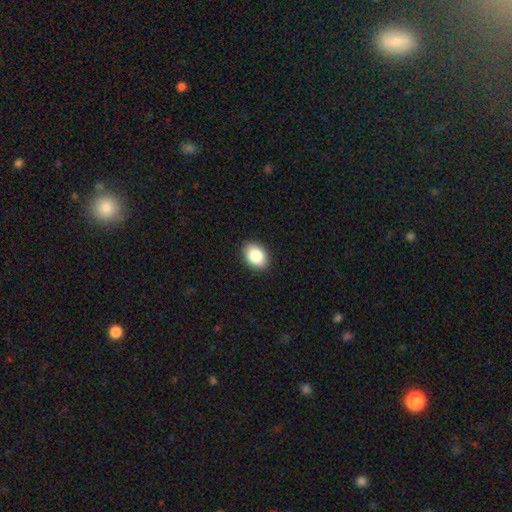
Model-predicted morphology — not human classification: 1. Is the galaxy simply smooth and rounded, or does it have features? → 86% smooth, 8% star or artifact, 6% featured or disk.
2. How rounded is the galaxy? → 75% in between, 24% round, 1% cigar-shaped.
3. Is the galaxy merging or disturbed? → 91% none, 7% minor disturbance, 2% major disturbance, 1% merger.